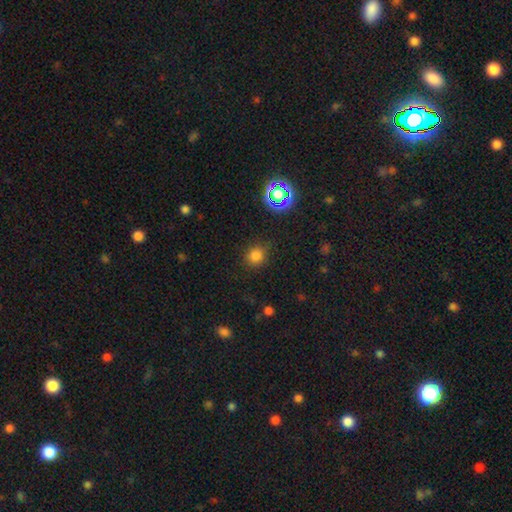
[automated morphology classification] Overall: smooth (77%). How rounded: round (87%). Merging: none (85%).